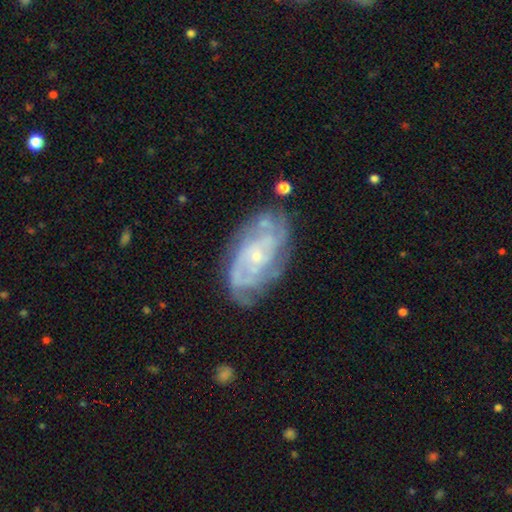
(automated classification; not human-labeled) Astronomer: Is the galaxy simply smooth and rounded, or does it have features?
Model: featured or disk — 83%.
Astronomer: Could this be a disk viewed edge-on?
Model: no — 95%.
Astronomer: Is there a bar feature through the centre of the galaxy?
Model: no — 71%.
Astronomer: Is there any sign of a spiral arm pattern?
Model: yes — 92%.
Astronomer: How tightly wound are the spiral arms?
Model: tight — 60%.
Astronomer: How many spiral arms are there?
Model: can't tell — 38% (runner-up: 2, 22%).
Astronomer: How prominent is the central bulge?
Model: small — 78%.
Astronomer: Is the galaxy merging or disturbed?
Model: none — 68%.